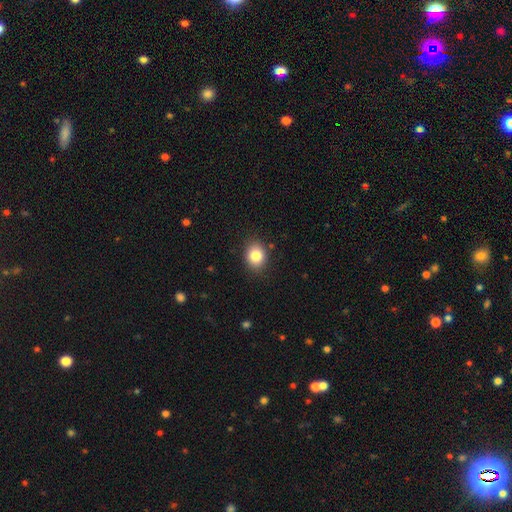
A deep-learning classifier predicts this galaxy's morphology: Smooth or featured: smooth — 83% (star or artifact — 9%)
How rounded: round — 50% (in between — 49%)
Merging: none — 86% (minor disturbance — 10%)